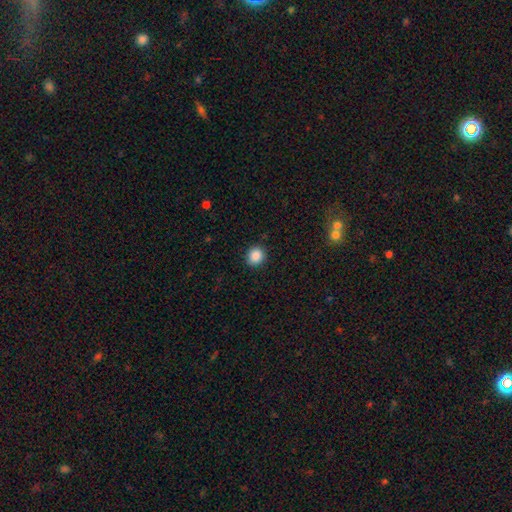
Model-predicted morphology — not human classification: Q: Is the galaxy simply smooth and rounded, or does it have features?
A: smooth — 87%.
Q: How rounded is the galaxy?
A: round — 88%.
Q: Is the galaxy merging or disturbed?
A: none — 90%.